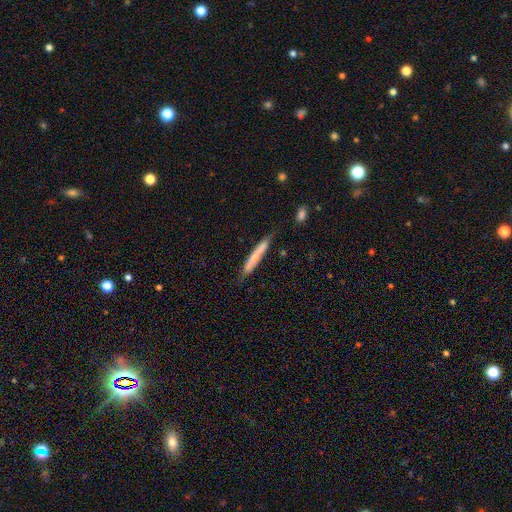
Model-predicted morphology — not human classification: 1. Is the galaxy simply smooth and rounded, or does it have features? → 68% smooth, 27% featured or disk, 6% star or artifact.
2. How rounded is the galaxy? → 96% cigar-shaped, 3% in between, 1% round.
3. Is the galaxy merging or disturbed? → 75% none, 19% minor disturbance, 3% major disturbance, 3% merger.